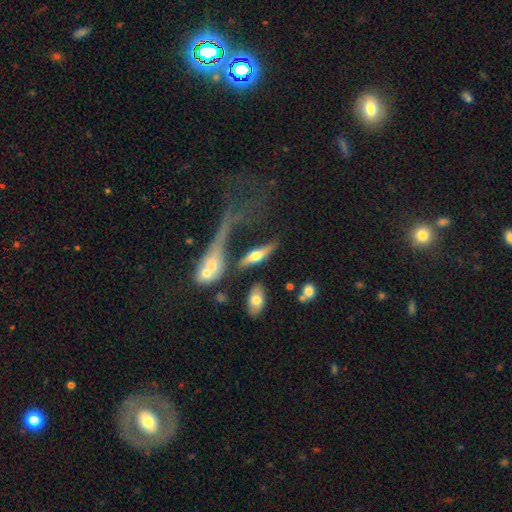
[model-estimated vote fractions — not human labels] Smooth or featured: featured or disk — 49% (smooth — 42%)
Merging: none — 52% (minor disturbance — 18%)